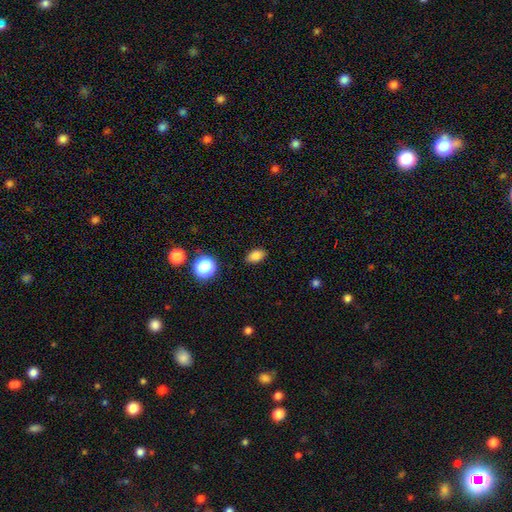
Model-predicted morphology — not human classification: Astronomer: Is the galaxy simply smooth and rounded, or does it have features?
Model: smooth — 82%.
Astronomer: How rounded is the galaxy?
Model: in between — 83%.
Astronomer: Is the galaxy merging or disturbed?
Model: none — 86%.